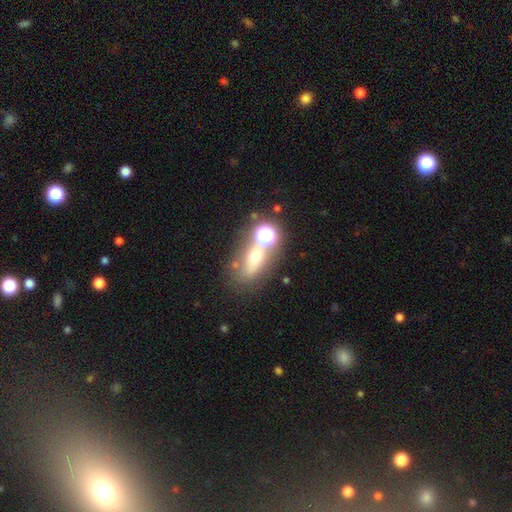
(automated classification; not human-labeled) The model was most divided on "smooth or featured": smooth: 46%, star or artifact: 28%, featured or disk: 26%. Remaining: merging — none (48%).